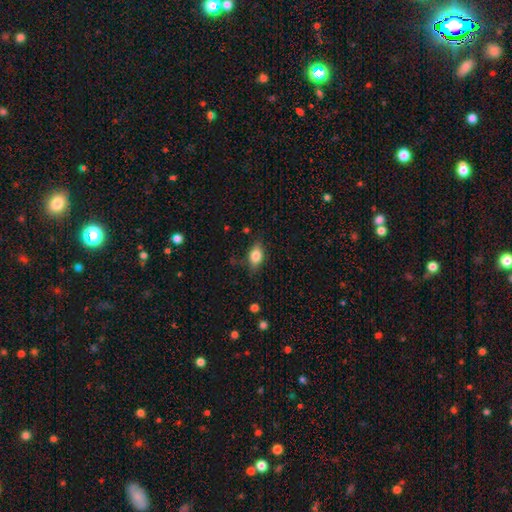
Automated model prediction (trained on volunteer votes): Morphology: type=smooth (80%); roundness=in between (83%); merging=none (75%).